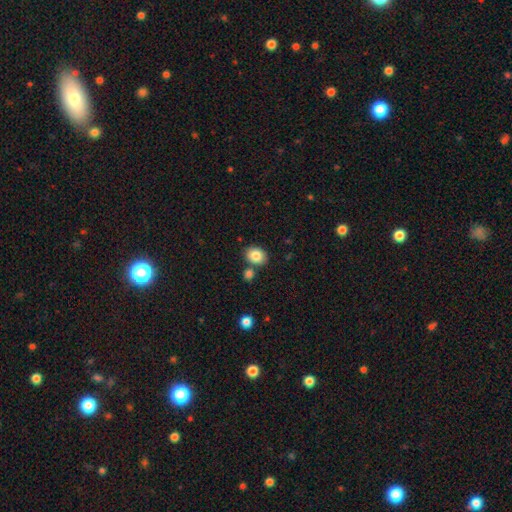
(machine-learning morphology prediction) Smooth or featured?
  - smooth: 84% *
  - star or artifact: 9%
  - featured or disk: 8%
How rounded?
  - in between: 51% *
  - round: 48%
  - cigar-shaped: 1%
Merging?
  - none: 73% *
  - merger: 14%
  - minor disturbance: 10%
  - major disturbance: 3%